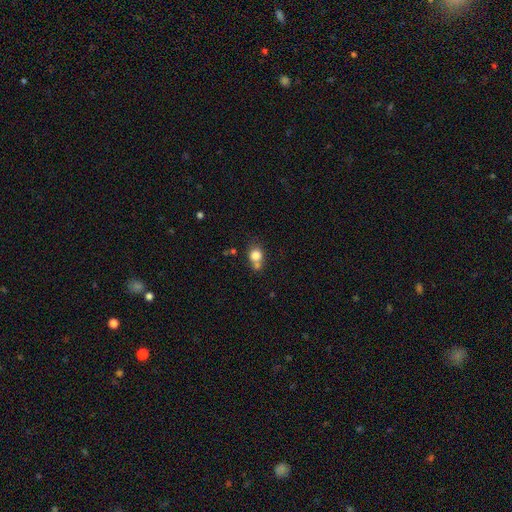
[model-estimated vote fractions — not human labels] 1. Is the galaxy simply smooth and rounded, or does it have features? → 80% smooth, 11% star or artifact, 10% featured or disk.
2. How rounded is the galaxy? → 70% round, 28% in between, 1% cigar-shaped.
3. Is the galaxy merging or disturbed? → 47% none, 35% merger, 13% minor disturbance, 5% major disturbance.